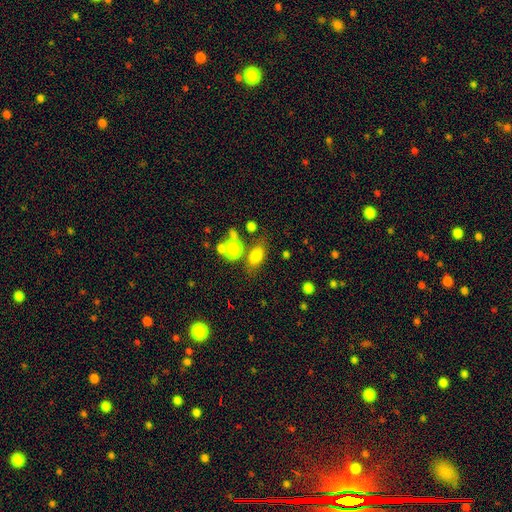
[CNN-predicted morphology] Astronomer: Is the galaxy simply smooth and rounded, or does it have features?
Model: smooth — 76%.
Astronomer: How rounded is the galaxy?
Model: in between — 78%.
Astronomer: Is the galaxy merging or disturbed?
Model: none — 64%.